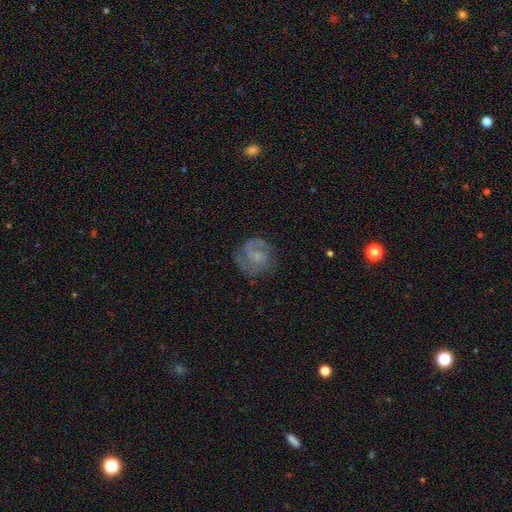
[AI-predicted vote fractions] Smooth or featured? Predicted: featured or disk (p=0.73). Edge-on disk? Predicted: no (p=0.98). Bar? Predicted: no (p=0.58). Spiral arms? Predicted: yes (p=0.93). Spiral winding? Predicted: medium (p=0.47). Spiral arm count? Predicted: 2 (p=0.67). Bulge size? Predicted: small (p=0.49). Merging? Predicted: none (p=0.71).